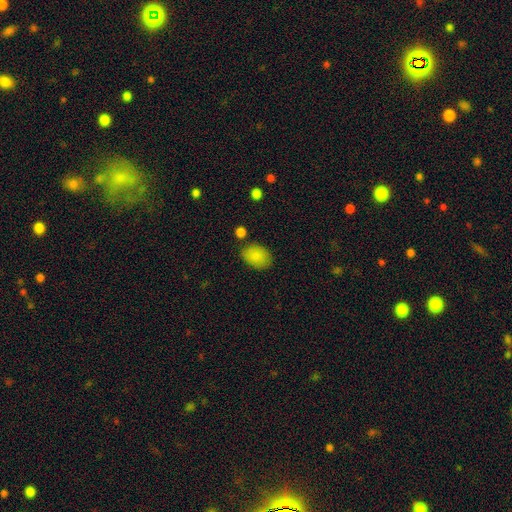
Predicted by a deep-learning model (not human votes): Q: Smooth or featured?
A: smooth (87%); runner-up: star or artifact (7%)
Q: How rounded?
A: in between (79%); runner-up: round (20%)
Q: Merging?
A: none (78%); runner-up: minor disturbance (14%)